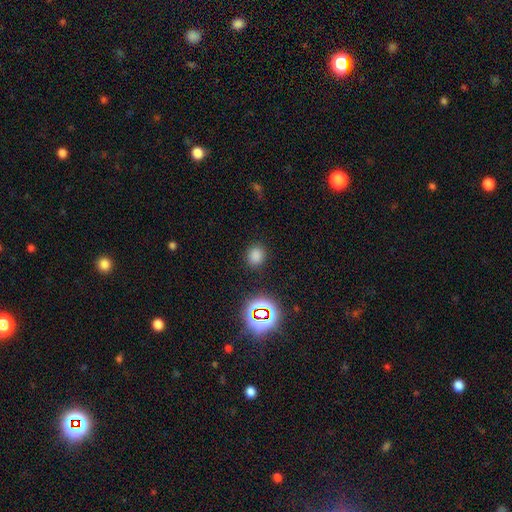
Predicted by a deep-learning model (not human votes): Smooth or featured? smooth (76%)
How rounded? round (71%)
Merging? none (87%)